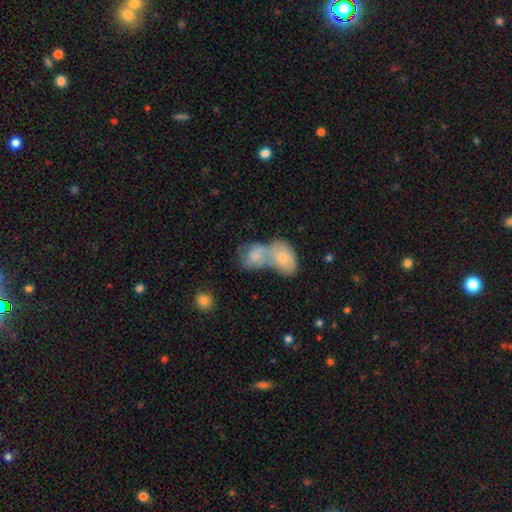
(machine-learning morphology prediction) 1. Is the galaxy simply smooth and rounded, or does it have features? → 63% smooth, 29% featured or disk, 8% star or artifact.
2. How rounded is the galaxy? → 78% in between, 20% round, 2% cigar-shaped.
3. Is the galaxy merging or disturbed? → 77% merger, 11% none, 6% minor disturbance, 6% major disturbance.